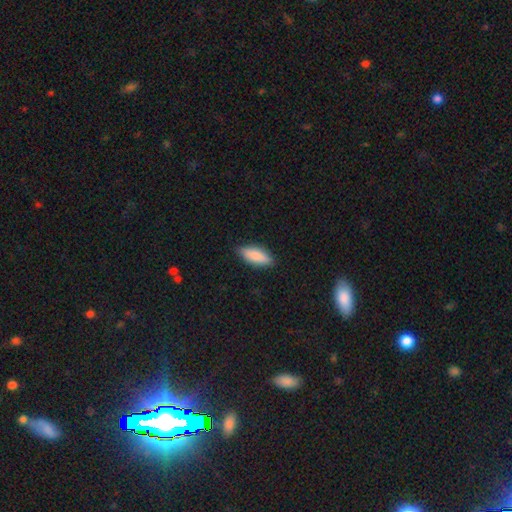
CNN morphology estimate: smooth_or_featured: smooth (p=0.85) [alt: featured or disk p=0.09]
how_rounded: in between (p=0.68) [alt: cigar-shaped p=0.30]
merging: none (p=0.86) [alt: minor disturbance p=0.11]